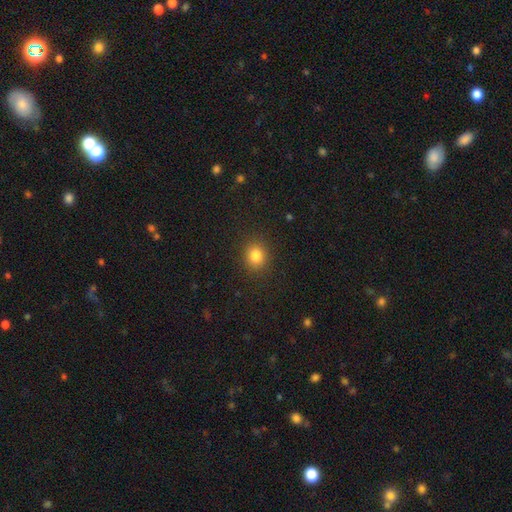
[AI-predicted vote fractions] Smooth or featured? Predicted: smooth (p=0.83). How rounded? Predicted: round (p=0.74). Merging? Predicted: none (p=0.89).